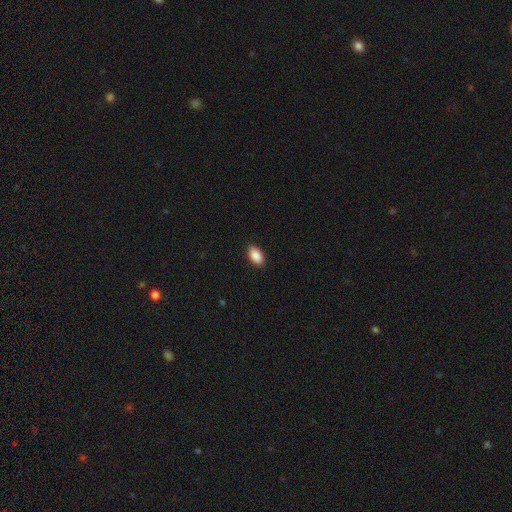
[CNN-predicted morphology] Smooth or featured? Predicted: smooth (p=0.90). How rounded? Predicted: in between (p=0.93). Merging? Predicted: none (p=0.88).